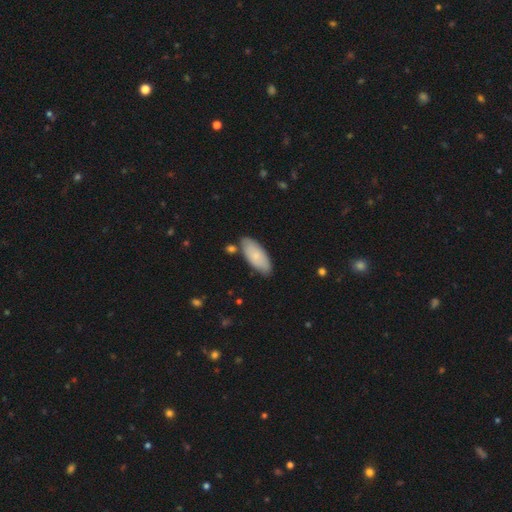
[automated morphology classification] Smooth or featured?
  - smooth: 80% *
  - featured or disk: 14%
  - star or artifact: 6%
How rounded?
  - in between: 85% *
  - cigar-shaped: 13%
  - round: 2%
Merging?
  - none: 78% *
  - minor disturbance: 15%
  - merger: 4%
  - major disturbance: 3%